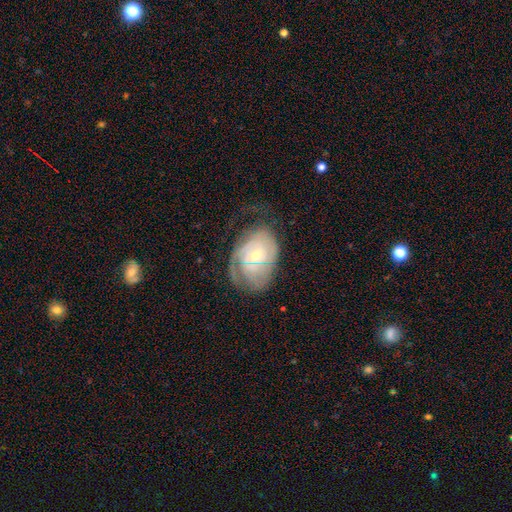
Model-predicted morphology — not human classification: The model was most divided on "bulge size": moderate: 51%, small: 45%, large: 2%, none: 1%, dominant: 1%. Remaining: edge-on disk — no (96%); spiral arms — yes (86%); smooth or featured — featured or disk (77%); bar — no (67%); spiral winding — tight (65%); merging — none (48%); spiral arm count — can't tell (46%).